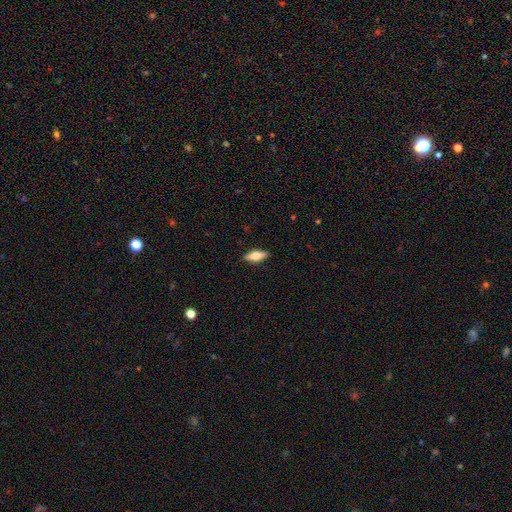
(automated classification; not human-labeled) A smooth galaxy with no disk features (58%) that is in between round and cigar-shaped (59%). Merging: none (89%).